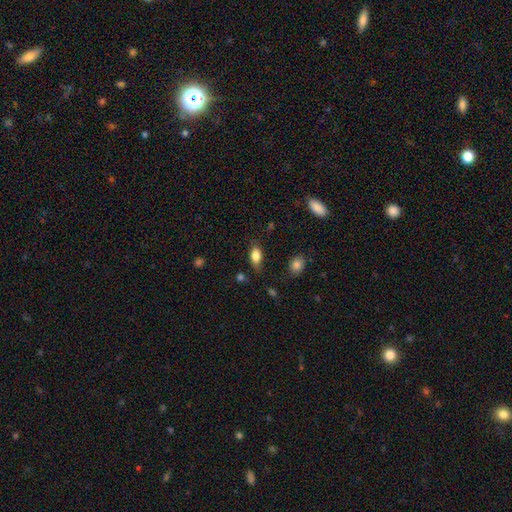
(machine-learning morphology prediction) Smooth or featured? smooth (82%)
How rounded? in between (87%)
Merging? none (75%)